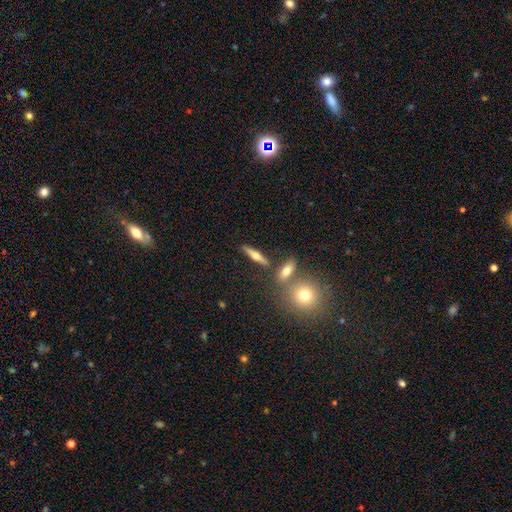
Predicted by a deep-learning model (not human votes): Smooth or featured? Predicted: featured or disk (p=0.56). Edge-on disk? Predicted: yes (p=0.92). Edge-on bulge? Predicted: rounded (p=0.93). Merging? Predicted: none (p=0.79).